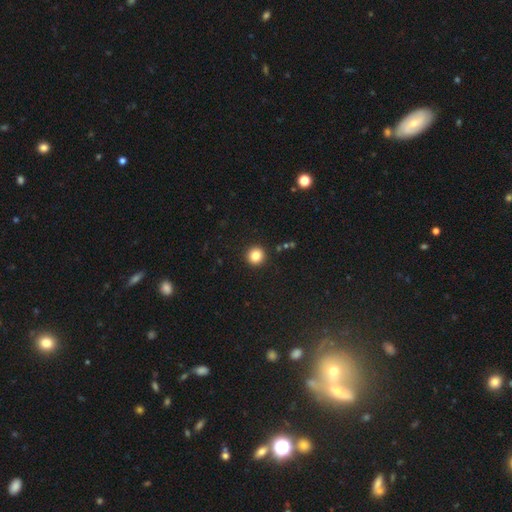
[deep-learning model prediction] A smooth galaxy with no disk features (83%) that is round (93%).

Vote fractions:
- Smooth or featured? smooth: 83% / star or artifact: 11% / featured or disk: 5%
- How rounded? round: 93% / in between: 6% / cigar-shaped: 1%
- Merging? none: 93% / minor disturbance: 5% / major disturbance: 2% / merger: 1%